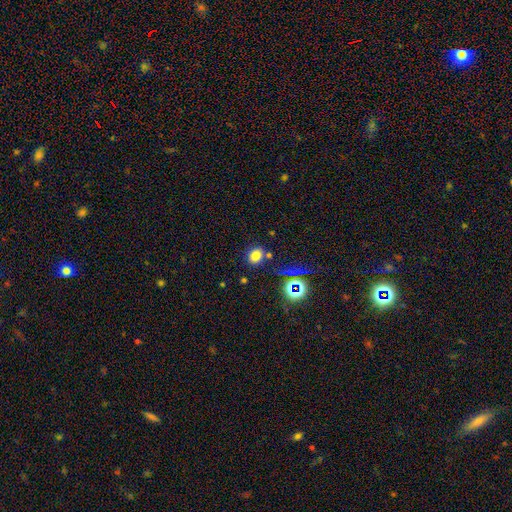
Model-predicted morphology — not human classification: Smooth or featured? Predicted: smooth (p=0.74). How rounded? Predicted: round (p=0.55). Merging? Predicted: none (p=0.79).